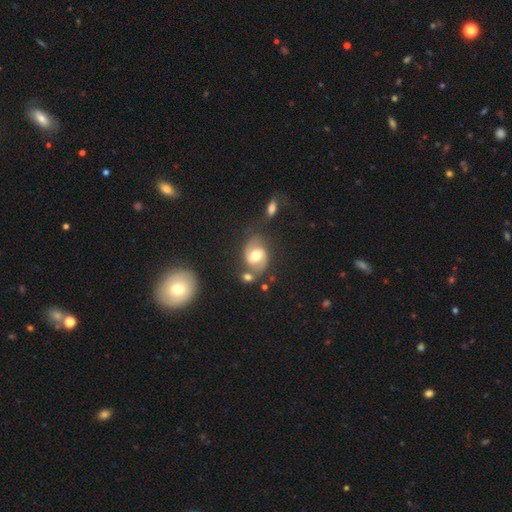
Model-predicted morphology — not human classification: smooth_or_featured: featured or disk (p=0.60) [alt: smooth p=0.32]
disk_edge_on: no (p=0.97) [alt: yes p=0.03]
bar: no (p=0.50) [alt: weak p=0.38]
has_spiral_arms: yes (p=0.82) [alt: no p=0.18]
bulge_size: moderate (p=0.67) [alt: large p=0.24]
merging: none (p=0.62) [alt: minor disturbance p=0.18]